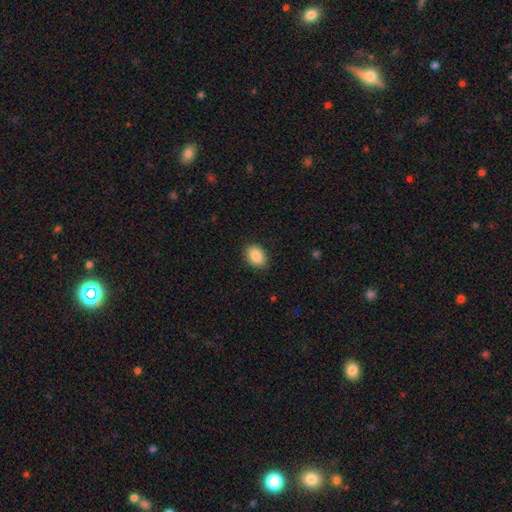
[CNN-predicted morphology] Smooth or featured? smooth (88%)
How rounded? in between (74%)
Merging? none (88%)